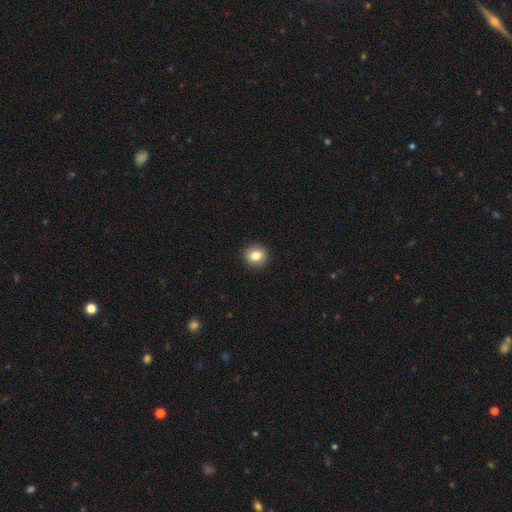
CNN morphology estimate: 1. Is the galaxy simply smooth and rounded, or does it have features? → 84% smooth, 10% star or artifact, 7% featured or disk.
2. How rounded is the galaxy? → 89% round, 10% in between, 1% cigar-shaped.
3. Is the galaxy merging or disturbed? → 92% none, 6% minor disturbance, 2% major disturbance, 1% merger.